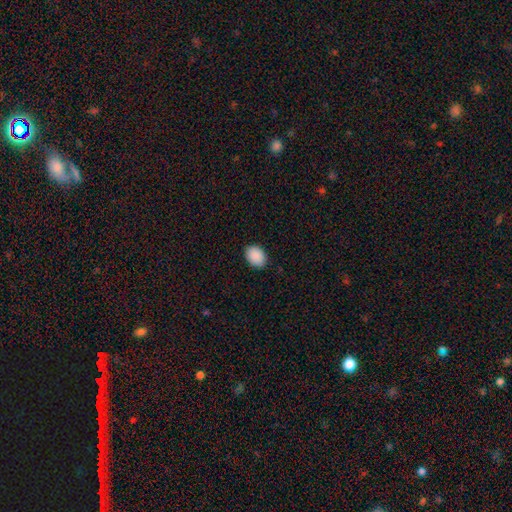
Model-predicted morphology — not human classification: Overall: smooth (91%). How rounded: in between (75%). Merging: none (89%).